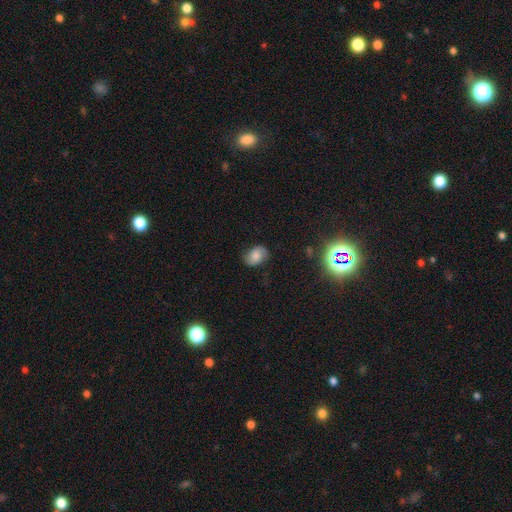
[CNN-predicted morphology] Overall: smooth (53%; featured or disk 35%). How rounded: in between (72%). Merging: none (74%).